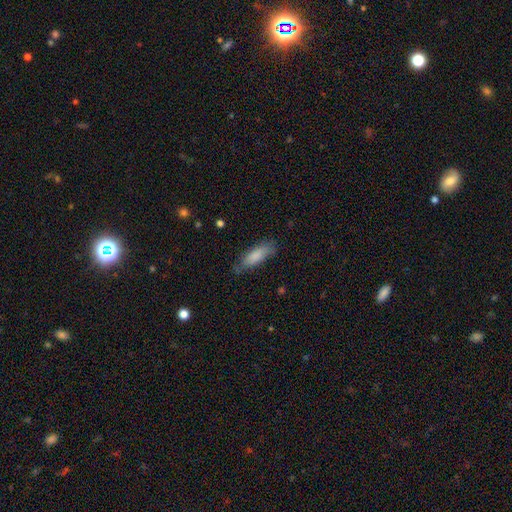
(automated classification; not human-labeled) Smooth or featured? smooth (83%)
How rounded? in between (54%)
Merging? none (73%)